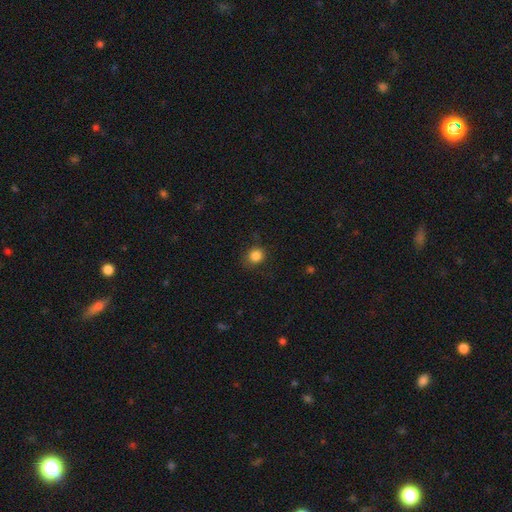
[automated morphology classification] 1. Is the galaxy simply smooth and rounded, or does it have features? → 85% smooth, 11% star or artifact, 4% featured or disk.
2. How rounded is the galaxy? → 80% round, 19% in between, 1% cigar-shaped.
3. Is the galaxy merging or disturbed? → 80% none, 15% minor disturbance, 4% major disturbance, 1% merger.